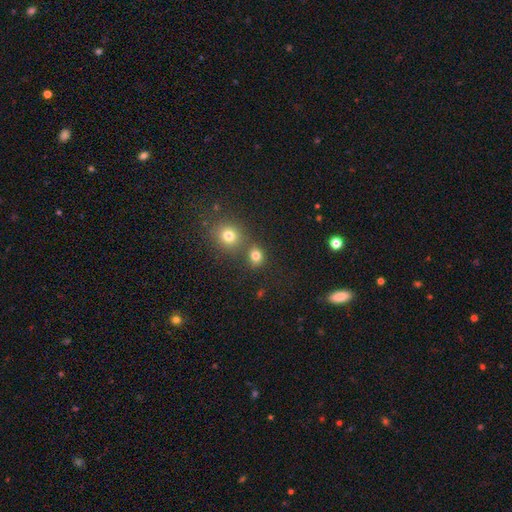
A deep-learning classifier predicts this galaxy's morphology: A smooth galaxy with no disk features (77%) that is round (75%). Merging: none (67%).